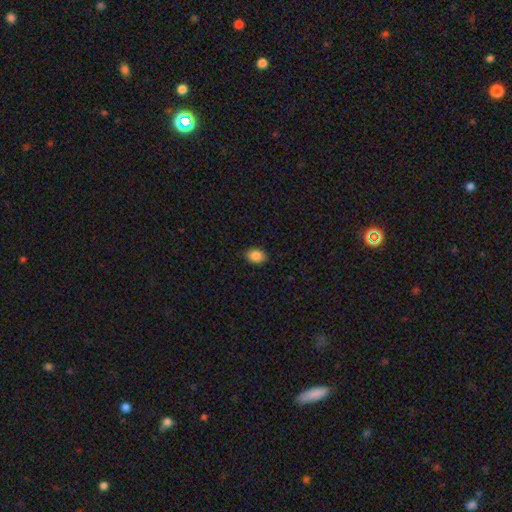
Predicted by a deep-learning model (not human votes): The model was most divided on "how rounded": in between: 77%, round: 22%, cigar-shaped: 1%. More confident: merging — none (88%); smooth or featured — smooth (87%).